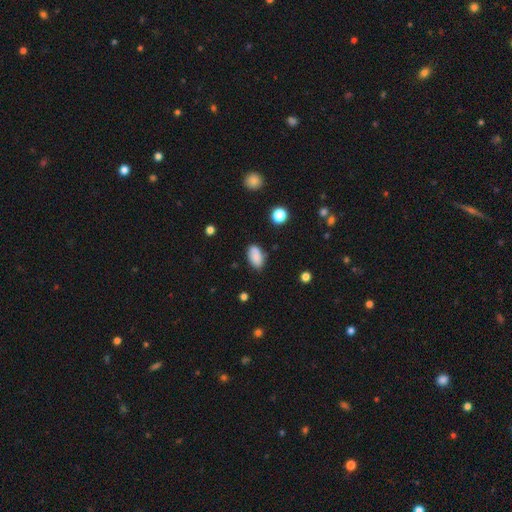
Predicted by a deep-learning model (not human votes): Overall: smooth (86%). How rounded: in between (93%). Merging: none (79%).